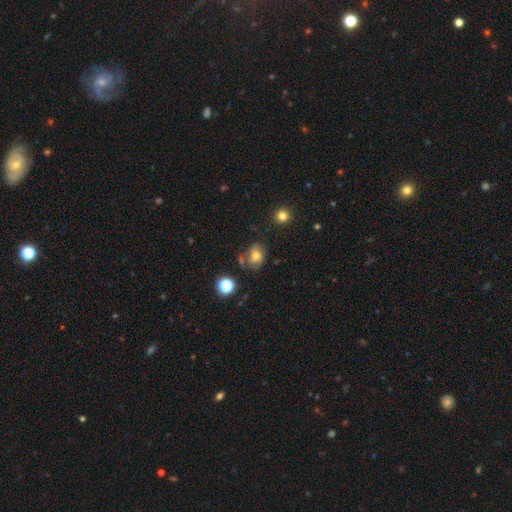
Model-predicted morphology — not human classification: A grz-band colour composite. It shows a smooth galaxy with no disk features (50%). Merging: none (51%).